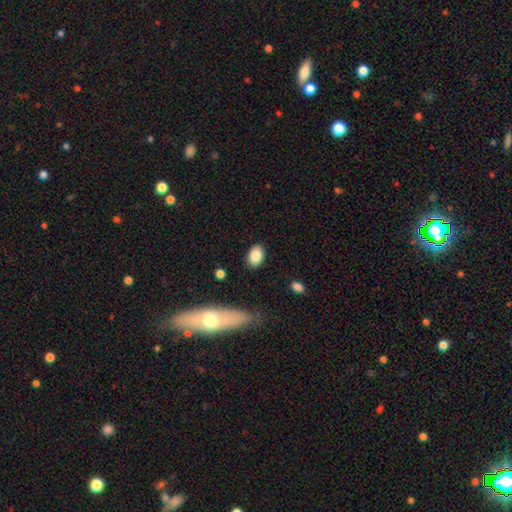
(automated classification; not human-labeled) Smooth or featured?
  - smooth: 85% *
  - star or artifact: 8%
  - featured or disk: 7%
How rounded?
  - in between: 83% *
  - round: 16%
  - cigar-shaped: 1%
Merging?
  - none: 87% *
  - minor disturbance: 9%
  - major disturbance: 2%
  - merger: 1%